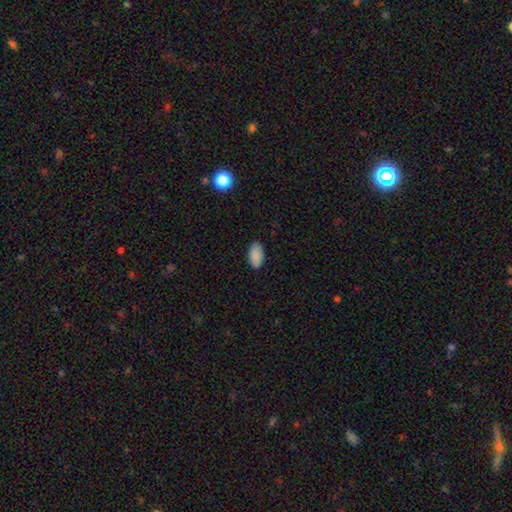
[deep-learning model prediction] Smooth or featured? smooth (89%)
How rounded? in between (94%)
Merging? none (85%)